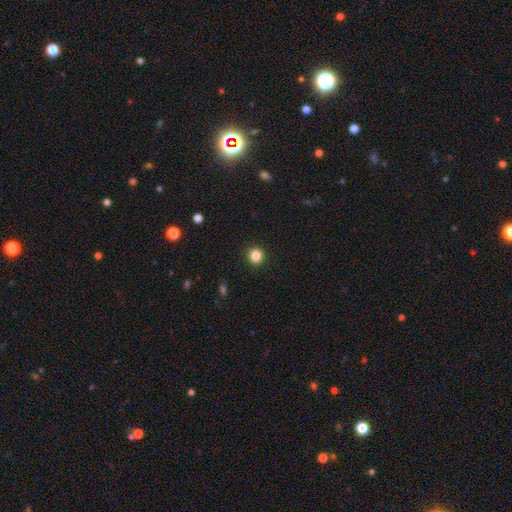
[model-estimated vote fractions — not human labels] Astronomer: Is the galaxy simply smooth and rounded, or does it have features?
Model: smooth — 85%.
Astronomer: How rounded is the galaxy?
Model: round — 88%.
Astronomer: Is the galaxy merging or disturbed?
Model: none — 91%.